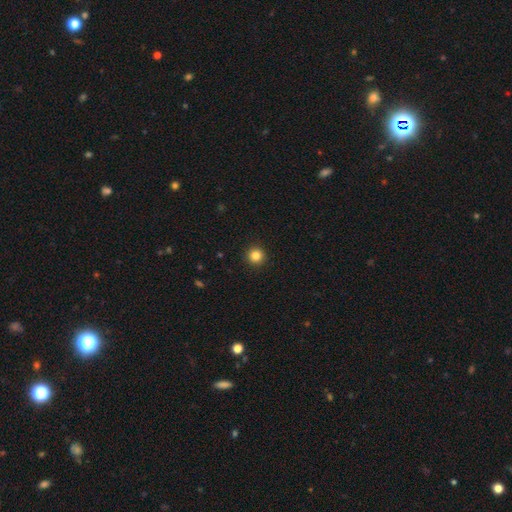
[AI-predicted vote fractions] Smooth or featured? smooth (84%)
How rounded? round (95%)
Merging? none (93%)